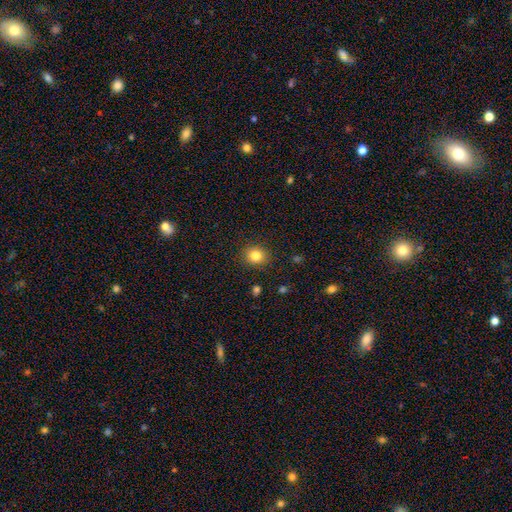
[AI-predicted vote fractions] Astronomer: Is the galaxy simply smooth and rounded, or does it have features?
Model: smooth — 83%.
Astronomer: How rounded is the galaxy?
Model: round — 74%.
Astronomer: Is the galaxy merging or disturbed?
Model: none — 89%.